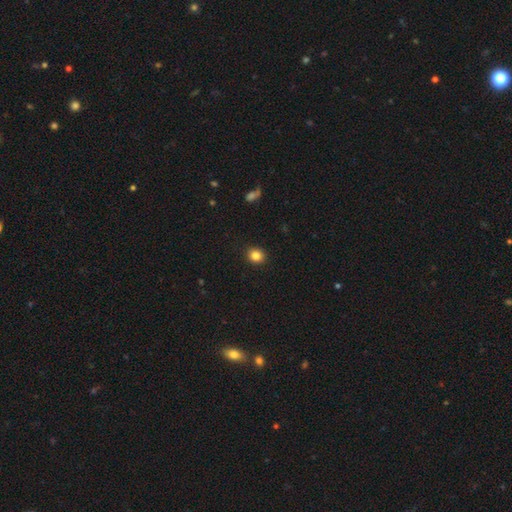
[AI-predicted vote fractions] Overall: smooth (84%). How rounded: round (78%). Merging: none (91%).